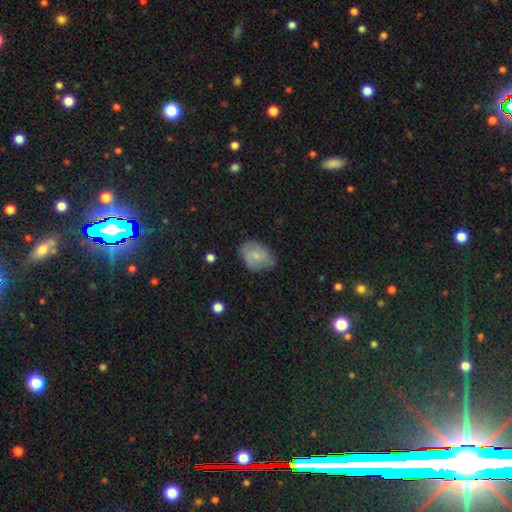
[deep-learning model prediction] smooth 60%, featured or disk 33%, star or artifact 7%. Down the decision tree: how rounded — in between (76%); merging — none (64%).